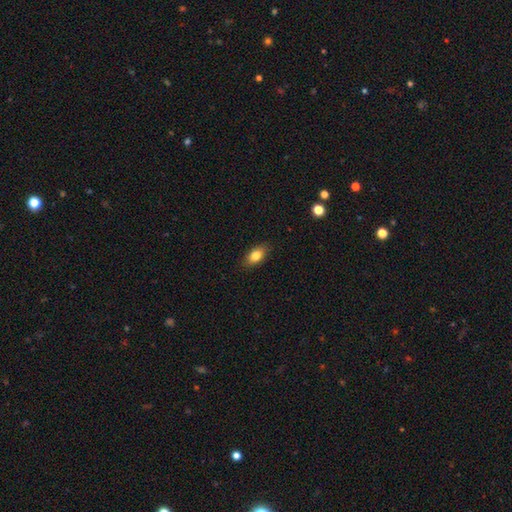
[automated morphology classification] smooth-or-featured: smooth: 82% | featured or disk: 10% | star or artifact: 8%
  how-rounded: in between: 87% | round: 7% | cigar-shaped: 5%
  merging: none: 86% | minor disturbance: 11% | major disturbance: 2% | merger: 1%